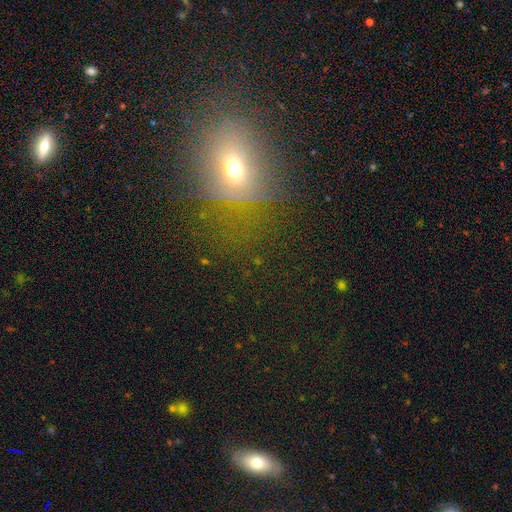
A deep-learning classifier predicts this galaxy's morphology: The model was most divided on "smooth or featured": smooth: 45%, star or artifact: 36%, featured or disk: 19%. More confident: merging — none (65%).